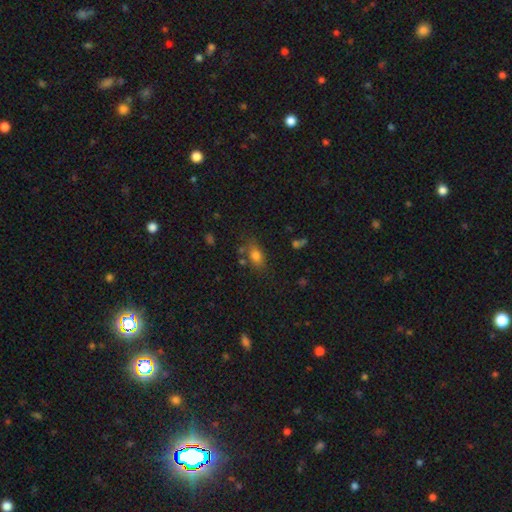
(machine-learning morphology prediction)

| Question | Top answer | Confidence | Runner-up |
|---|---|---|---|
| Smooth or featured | smooth | 76% | star or artifact (12%) |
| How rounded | in between | 79% | round (16%) |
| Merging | none | 65% | minor disturbance (18%) |